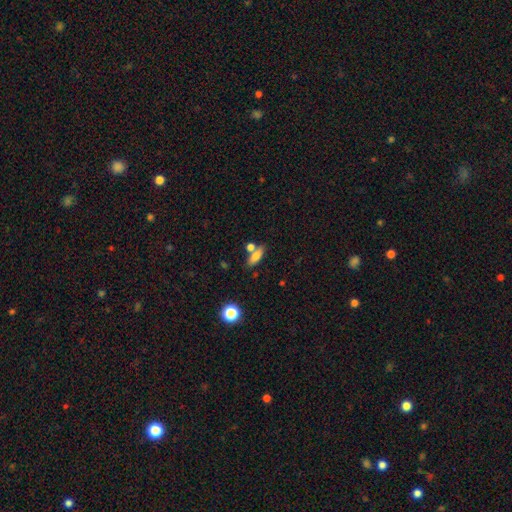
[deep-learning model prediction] Smooth or featured? smooth (75%)
How rounded? in between (63%)
Merging? none (59%)